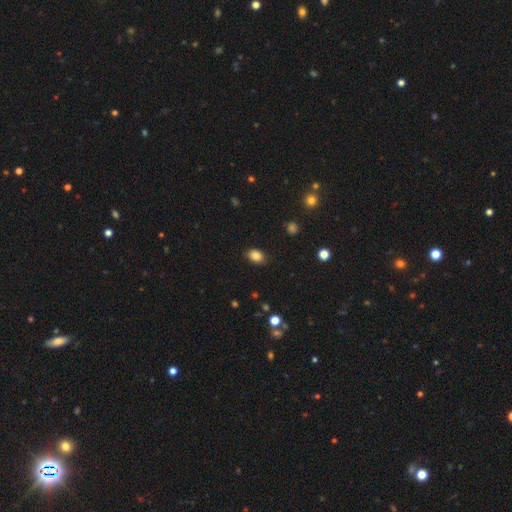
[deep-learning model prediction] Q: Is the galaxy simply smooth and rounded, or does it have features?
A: smooth — 85%.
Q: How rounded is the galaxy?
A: in between — 74%.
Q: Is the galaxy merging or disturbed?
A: none — 88%.